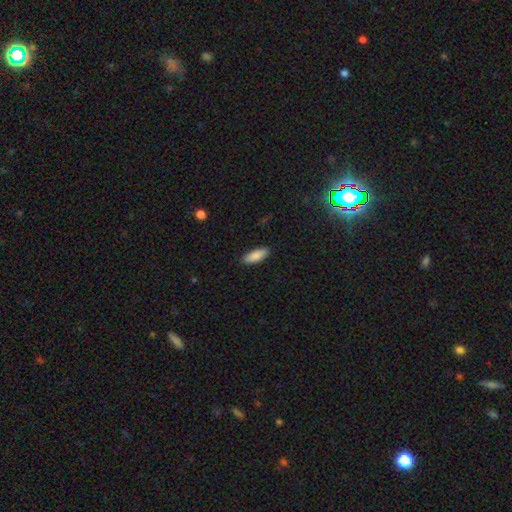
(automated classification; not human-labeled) Overall: smooth (87%). How rounded: in between (70%). Merging: none (88%).